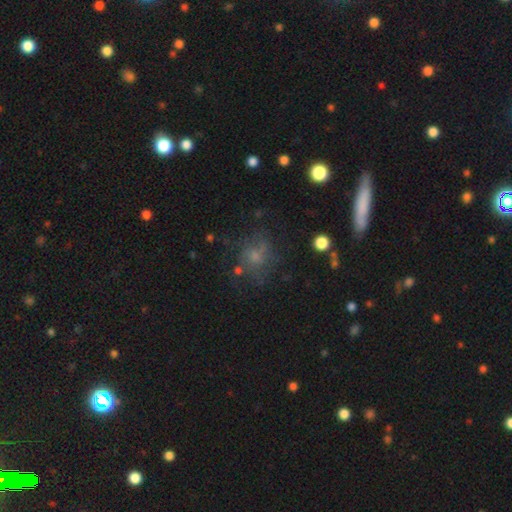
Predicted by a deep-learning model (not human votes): Smooth or featured: smooth — 48% (featured or disk — 34%)
Merging: none — 57% (minor disturbance — 20%)